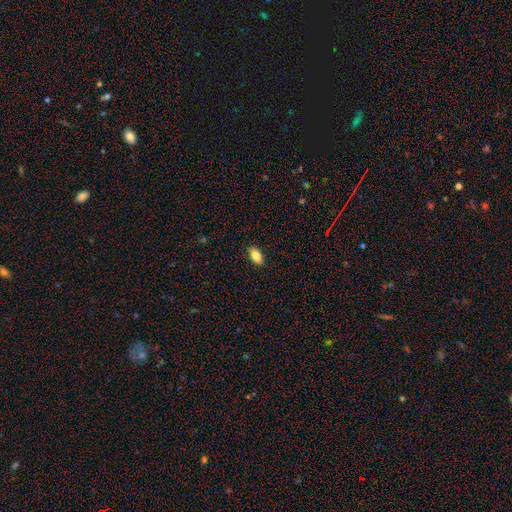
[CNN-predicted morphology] Smooth or featured?
  - smooth: 83% *
  - featured or disk: 9%
  - star or artifact: 8%
How rounded?
  - in between: 91% *
  - round: 5%
  - cigar-shaped: 4%
Merging?
  - none: 89% *
  - minor disturbance: 8%
  - major disturbance: 2%
  - merger: 1%